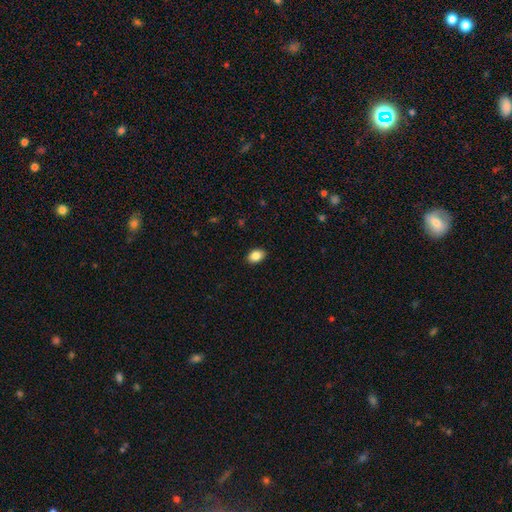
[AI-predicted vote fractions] Overall: smooth (86%). How rounded: in between (82%). Merging: none (90%).